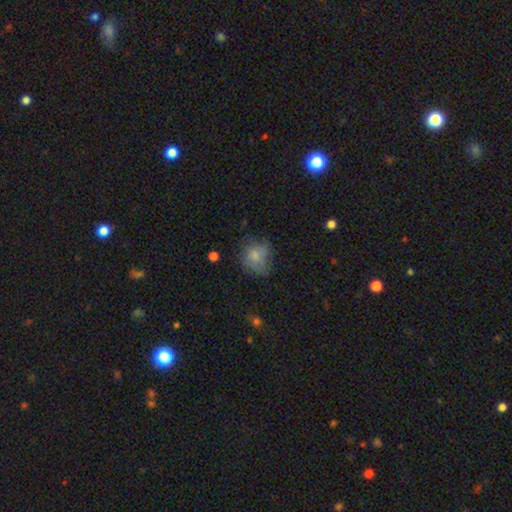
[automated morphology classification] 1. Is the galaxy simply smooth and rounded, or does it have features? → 69% smooth, 19% featured or disk, 11% star or artifact.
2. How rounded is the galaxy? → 67% round, 32% in between, 1% cigar-shaped.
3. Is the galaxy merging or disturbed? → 49% none, 29% minor disturbance, 20% major disturbance, 3% merger.